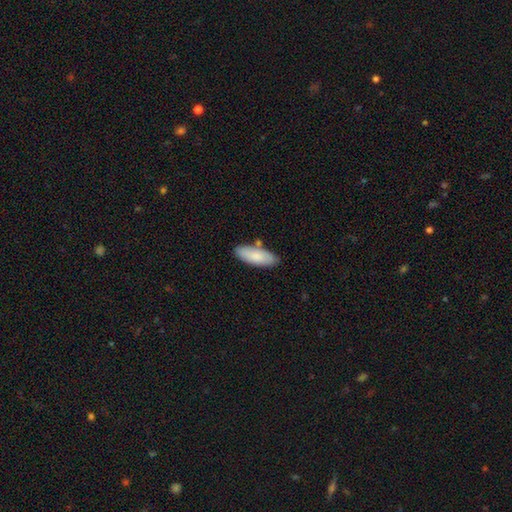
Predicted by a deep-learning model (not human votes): smooth_or_featured: smooth (p=0.82) [alt: featured or disk p=0.12]
how_rounded: in between (p=0.72) [alt: cigar-shaped p=0.27]
merging: none (p=0.77) [alt: minor disturbance p=0.14]